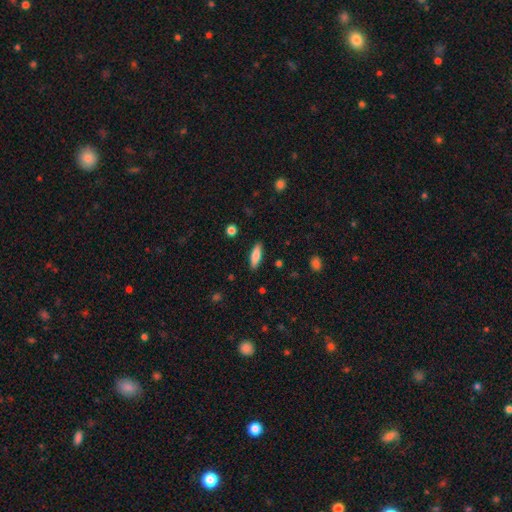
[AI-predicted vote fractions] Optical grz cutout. It shows a smooth galaxy with no disk features (79%) that is cigar-shaped (54%). Merging: none (88%).